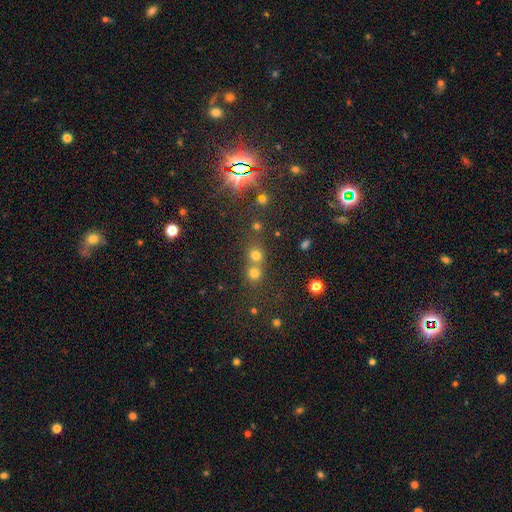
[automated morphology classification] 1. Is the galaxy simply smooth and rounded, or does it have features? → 62% smooth, 29% star or artifact, 9% featured or disk.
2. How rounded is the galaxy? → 87% round, 12% in between, 1% cigar-shaped.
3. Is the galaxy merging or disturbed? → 48% none, 44% merger, 6% minor disturbance, 3% major disturbance.